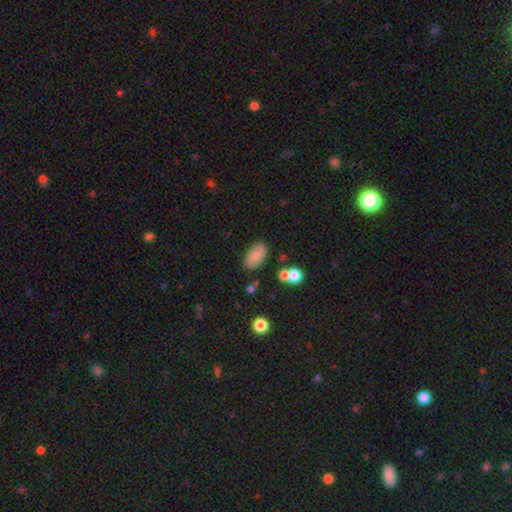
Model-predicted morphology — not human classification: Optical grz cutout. It shows a smooth galaxy with no disk features (72%) that is in between round and cigar-shaped (92%). Merging: none (77%).